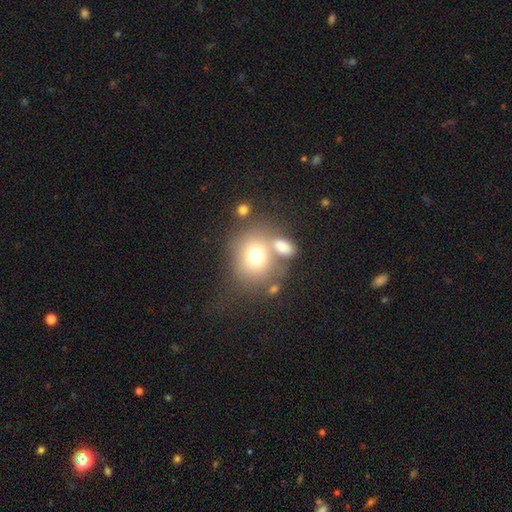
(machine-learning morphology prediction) Smooth or featured?
  - smooth: 72% *
  - featured or disk: 16%
  - star or artifact: 12%
How rounded?
  - round: 68% *
  - in between: 31%
  - cigar-shaped: 1%
Merging?
  - none: 48% *
  - merger: 30%
  - minor disturbance: 13%
  - major disturbance: 9%